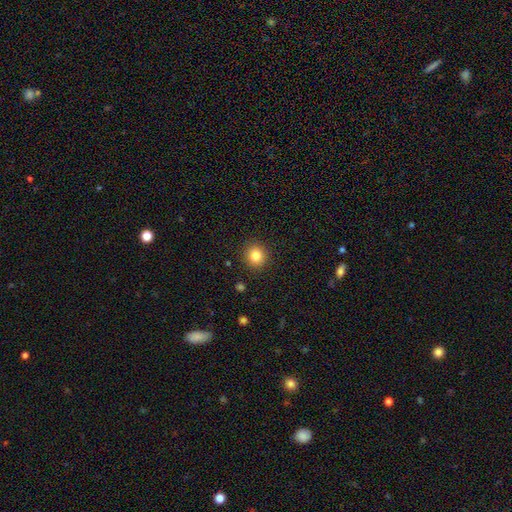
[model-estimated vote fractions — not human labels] The model was most divided on "smooth or featured": smooth: 84%, star or artifact: 11%, featured or disk: 5%. More confident: merging — none (90%); how rounded — round (89%).